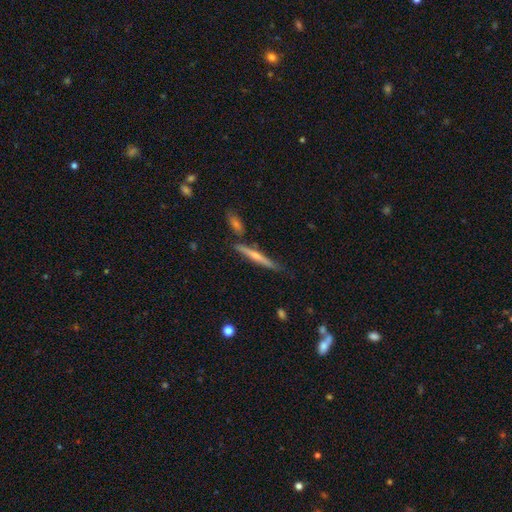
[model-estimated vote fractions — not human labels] featured or disk 57%, smooth 36%, star or artifact 6%. Down the decision tree: edge-on disk — yes (96%); edge-on bulge — rounded (69%); merging — none (78%).